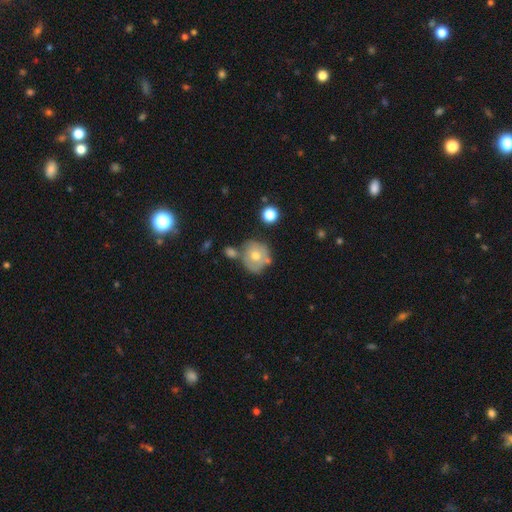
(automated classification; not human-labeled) Morphology: type=smooth (54%); roundness=round (87%); merging=none (62%).